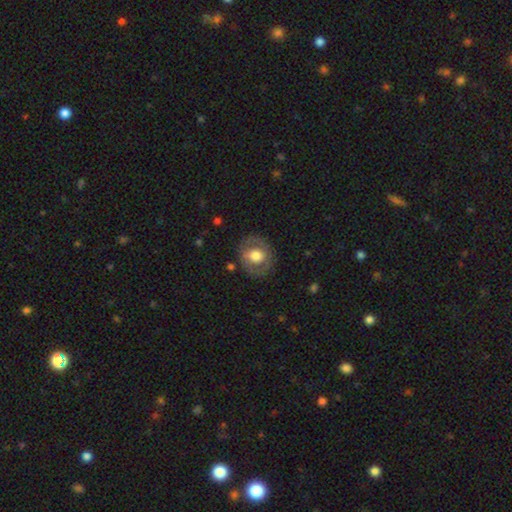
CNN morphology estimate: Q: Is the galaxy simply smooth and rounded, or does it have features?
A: smooth — 54%.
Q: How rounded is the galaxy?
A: round — 75%.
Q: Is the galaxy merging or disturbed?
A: none — 79%.